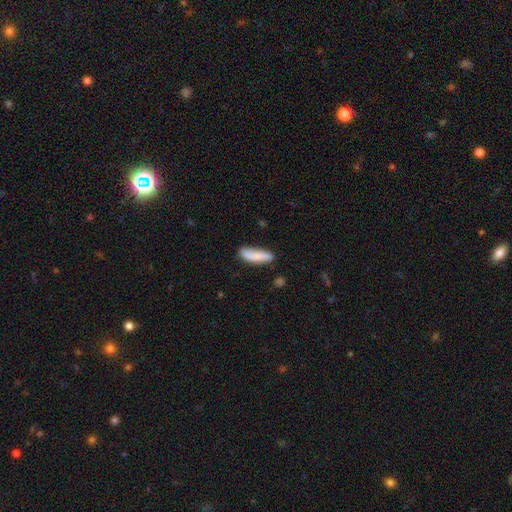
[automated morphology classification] Smooth or featured? Predicted: smooth (p=0.81). How rounded? Predicted: cigar-shaped (p=0.51). Merging? Predicted: none (p=0.73).